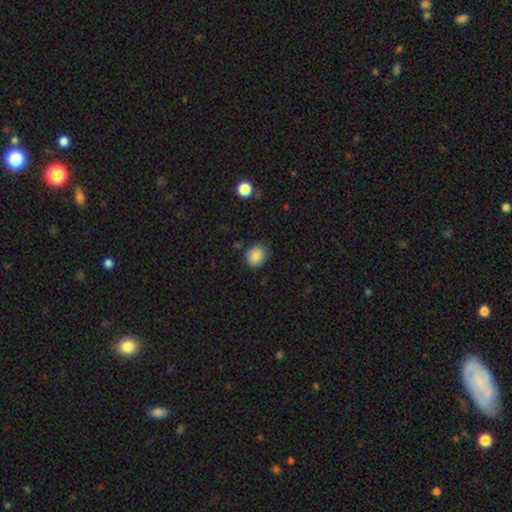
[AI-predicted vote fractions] smooth-or-featured: smooth: 86% | star or artifact: 9% | featured or disk: 5%
  how-rounded: round: 55% | in between: 44% | cigar-shaped: 1%
  merging: none: 74% | minor disturbance: 20% | major disturbance: 4% | merger: 2%